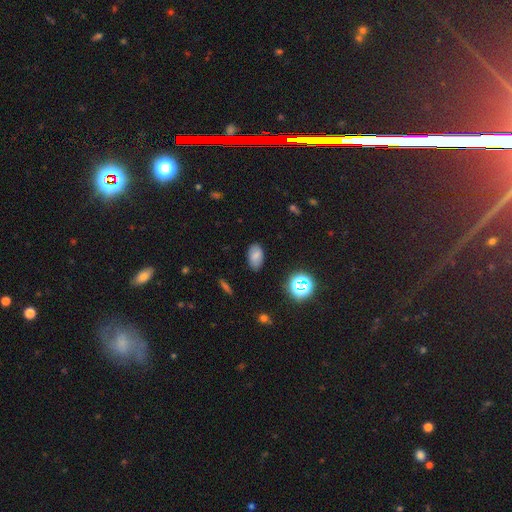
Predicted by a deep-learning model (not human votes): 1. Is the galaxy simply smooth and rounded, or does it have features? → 77% smooth, 14% star or artifact, 9% featured or disk.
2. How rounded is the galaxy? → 91% in between, 7% round, 1% cigar-shaped.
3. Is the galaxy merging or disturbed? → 84% none, 12% minor disturbance, 3% major disturbance, 1% merger.